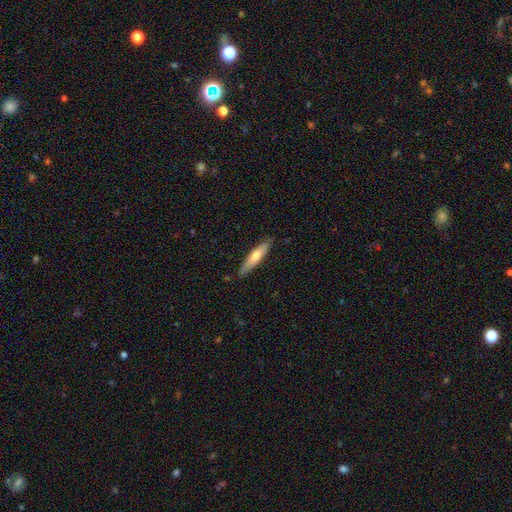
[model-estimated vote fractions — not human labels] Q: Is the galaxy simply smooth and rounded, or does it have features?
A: smooth — 60%.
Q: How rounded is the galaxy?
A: cigar-shaped — 87%.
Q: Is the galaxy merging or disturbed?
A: none — 87%.